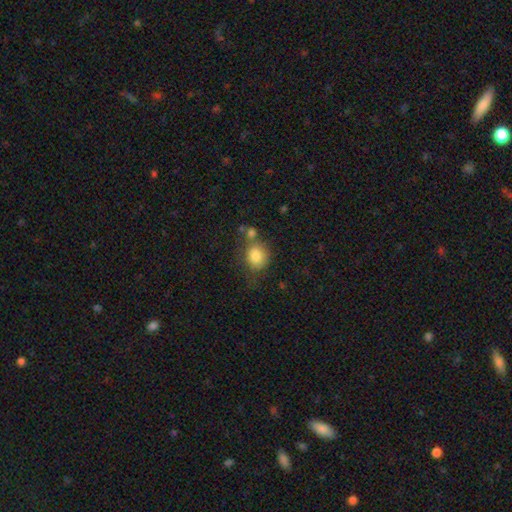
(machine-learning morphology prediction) Q: Smooth or featured?
A: smooth (83%); runner-up: star or artifact (9%)
Q: How rounded?
A: round (67%); runner-up: in between (32%)
Q: Merging?
A: none (53%); runner-up: merger (19%)